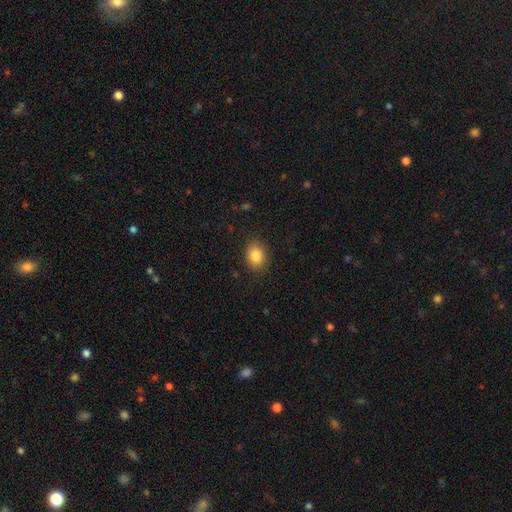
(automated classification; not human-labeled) Smooth or featured? smooth (85%)
How rounded? in between (56%)
Merging? none (87%)